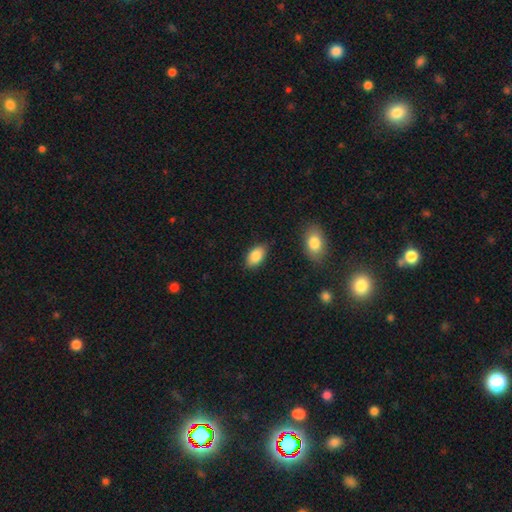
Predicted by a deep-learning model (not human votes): Overall: smooth (87%). How rounded: in between (93%). Merging: none (83%).